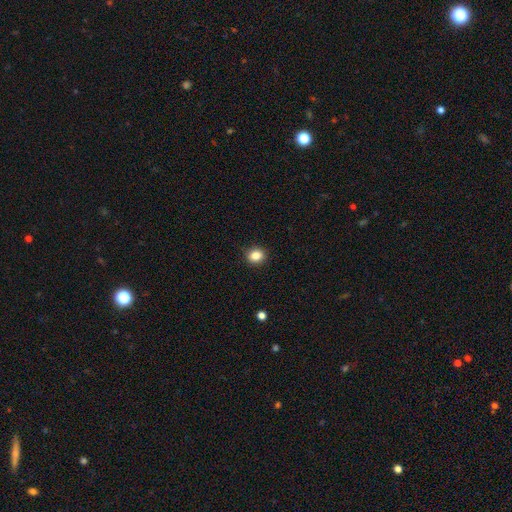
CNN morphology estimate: The model was most divided on "how rounded": round: 72%, in between: 27%, cigar-shaped: 1%. More confident: merging — none (90%); smooth or featured — smooth (84%).